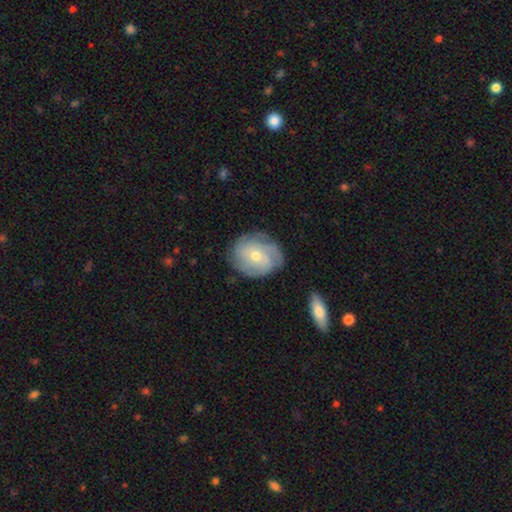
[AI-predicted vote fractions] Overall: featured or disk (66%; smooth 27%). Edge-on disk: no (96%). Bar: no (73%). Spiral arms: yes (85%). Spiral arm count: can't tell (41%; 3 20%). Spiral winding: tight (58%; medium 30%). Bulge size: small (50%; moderate 47%). Merging: none (74%).